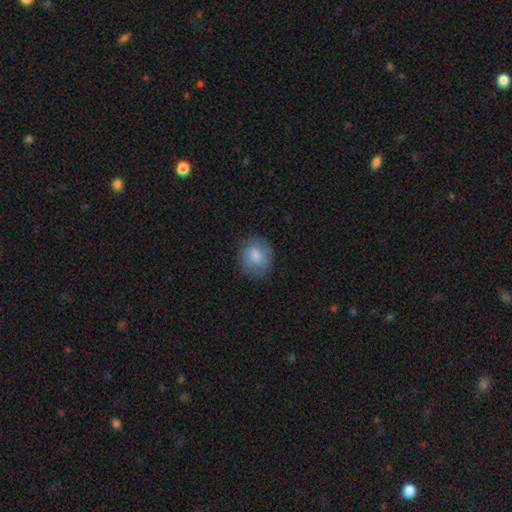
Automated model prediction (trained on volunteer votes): smooth 78%, featured or disk 15%, star or artifact 7%. Down the decision tree: how rounded — round (73%); merging — none (80%).